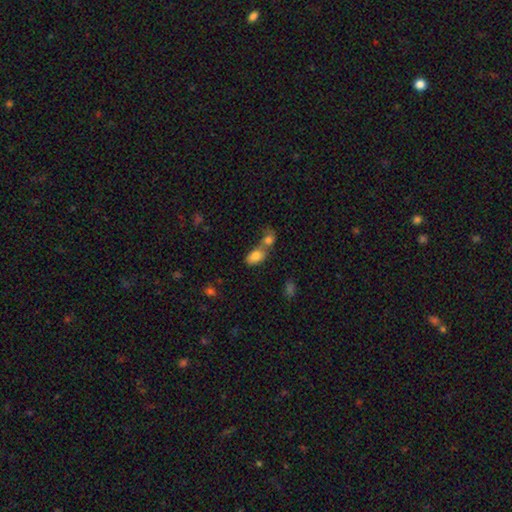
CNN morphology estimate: Smooth or featured? smooth (81%)
How rounded? in between (86%)
Merging? merger (61%)